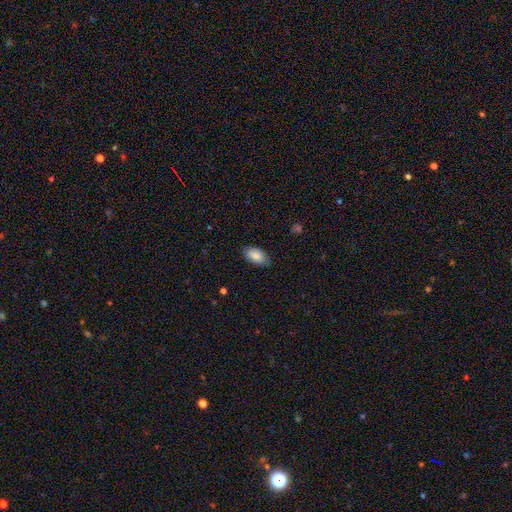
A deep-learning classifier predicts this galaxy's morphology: Q: Smooth or featured?
A: smooth (87%); runner-up: star or artifact (6%)
Q: How rounded?
A: in between (94%); runner-up: round (3%)
Q: Merging?
A: none (84%); runner-up: minor disturbance (13%)